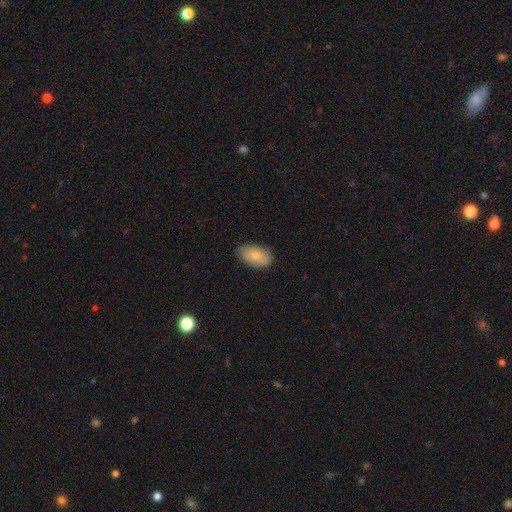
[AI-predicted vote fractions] Smooth or featured: smooth — 80% (featured or disk — 14%)
How rounded: in between — 93% (round — 5%)
Merging: none — 79% (minor disturbance — 17%)